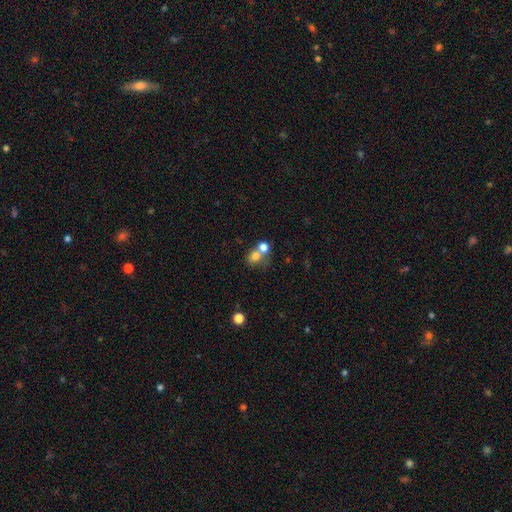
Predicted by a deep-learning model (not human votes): Smooth or featured? Predicted: smooth (p=0.75). How rounded? Predicted: round (p=0.67). Merging? Predicted: merger (p=0.54).